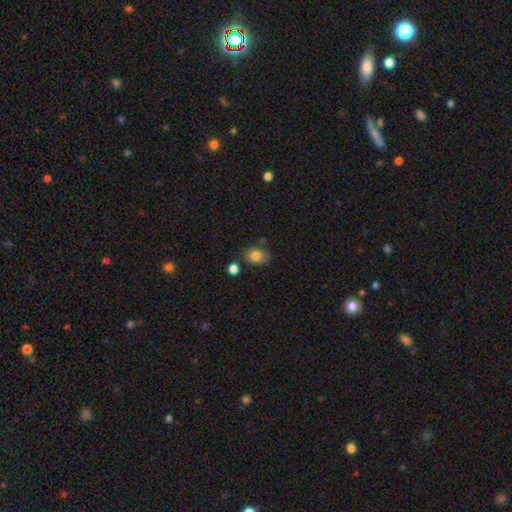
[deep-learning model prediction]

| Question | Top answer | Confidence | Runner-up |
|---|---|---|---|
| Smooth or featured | smooth | 81% | star or artifact (10%) |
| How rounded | in between | 56% | round (43%) |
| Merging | none | 70% | minor disturbance (18%) |